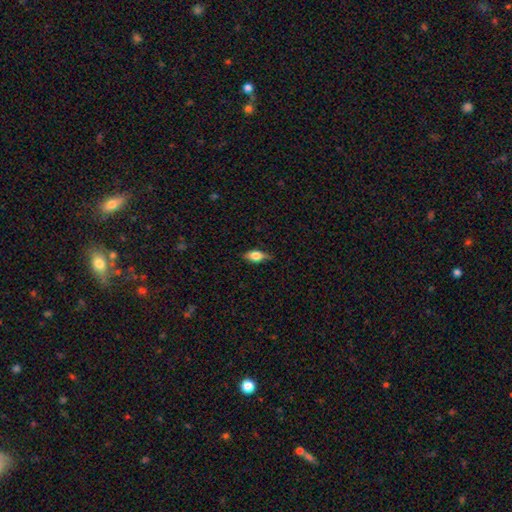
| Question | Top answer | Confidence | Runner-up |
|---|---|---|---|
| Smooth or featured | smooth | 61% | featured or disk (37%) |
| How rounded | in between | 74% | round (17%) |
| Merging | none | 68% | minor disturbance (27%) |